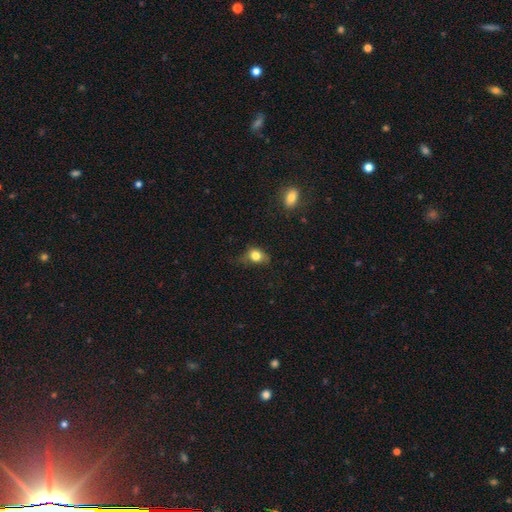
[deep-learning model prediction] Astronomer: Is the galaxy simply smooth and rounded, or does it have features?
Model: smooth — 78%.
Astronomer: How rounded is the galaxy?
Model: in between — 51% (runner-up: round, 47%).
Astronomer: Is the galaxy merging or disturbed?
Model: none — 45% (runner-up: minor disturbance, 33%).